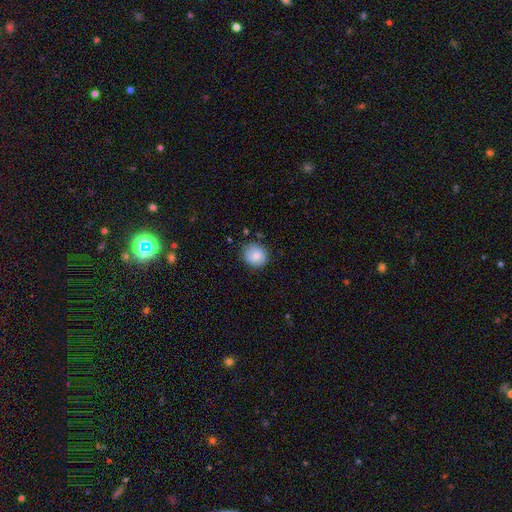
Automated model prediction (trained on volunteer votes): smooth-or-featured: smooth: 84% | featured or disk: 9% | star or artifact: 8%
  how-rounded: round: 84% | in between: 15% | cigar-shaped: 1%
  merging: none: 81% | minor disturbance: 14% | major disturbance: 3% | merger: 2%